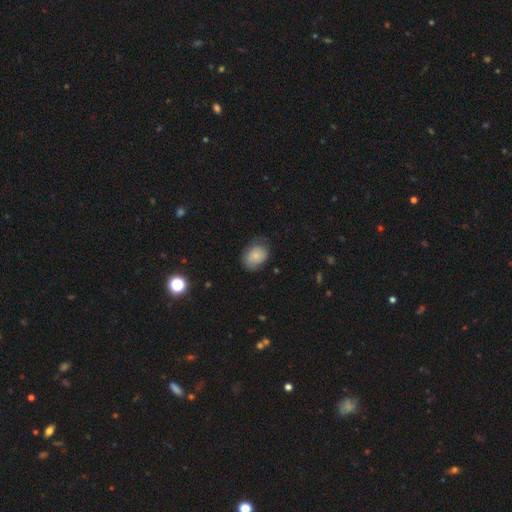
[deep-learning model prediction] smooth 78%, featured or disk 14%, star or artifact 8%. Down the decision tree: how rounded — in between (56%); merging — none (67%).